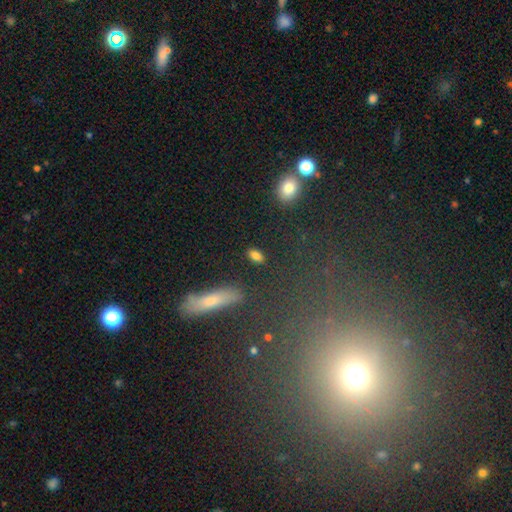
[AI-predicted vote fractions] Smooth or featured?
  - smooth: 82% *
  - star or artifact: 11%
  - featured or disk: 7%
How rounded?
  - in between: 85% *
  - cigar-shaped: 8%
  - round: 7%
Merging?
  - none: 85% *
  - minor disturbance: 9%
  - major disturbance: 3%
  - merger: 3%